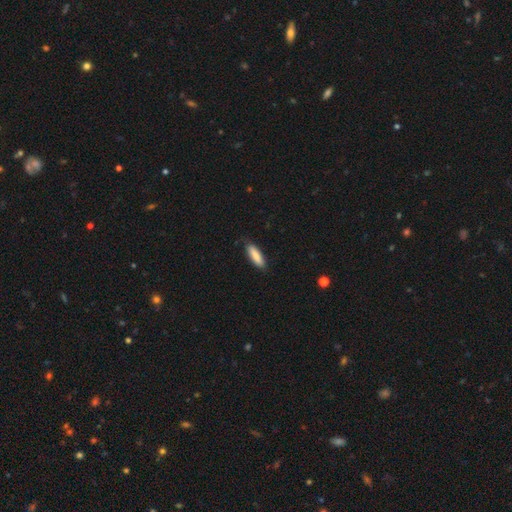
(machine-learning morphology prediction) smooth 85%, featured or disk 9%, star or artifact 6%. Down the decision tree: how rounded — cigar-shaped (55%); merging — none (81%).